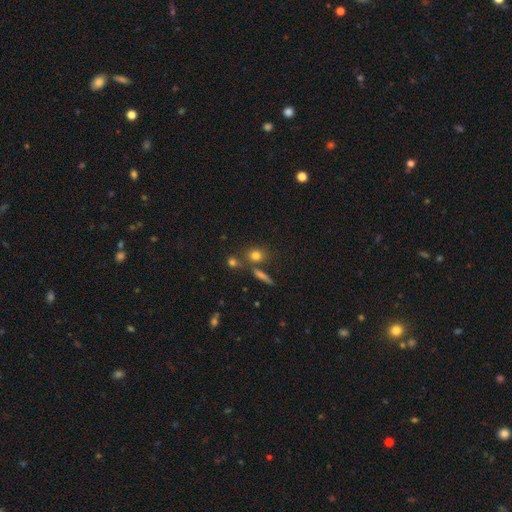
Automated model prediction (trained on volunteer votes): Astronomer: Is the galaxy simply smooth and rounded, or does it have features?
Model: smooth — 75%.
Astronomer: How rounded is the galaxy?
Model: round — 64%.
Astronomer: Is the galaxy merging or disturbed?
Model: none — 65%.